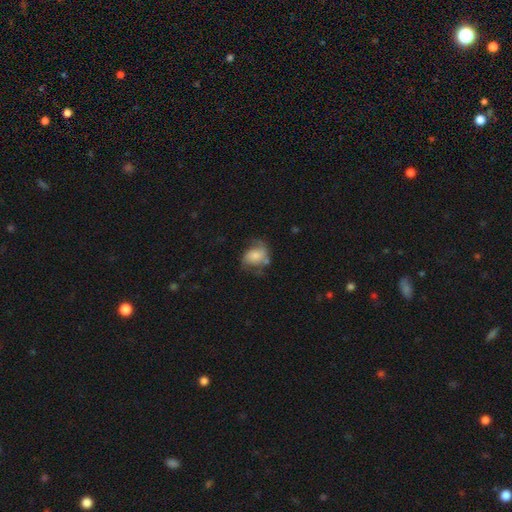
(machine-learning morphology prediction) smooth 47%, featured or disk 45%, star or artifact 8%. Down the decision tree: merging — none (44%).